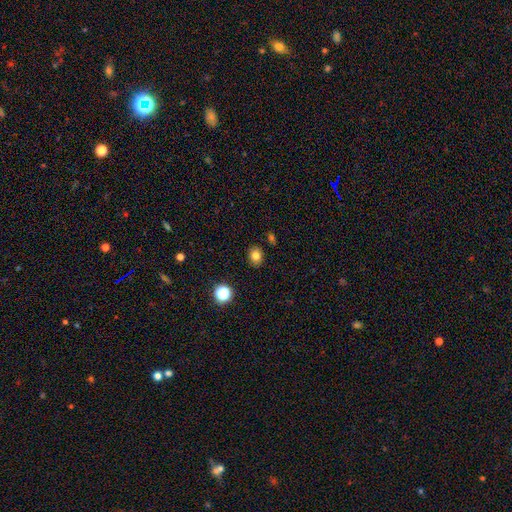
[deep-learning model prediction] A smooth galaxy with no disk features (79%) that is round (53%). Merging: none (87%).